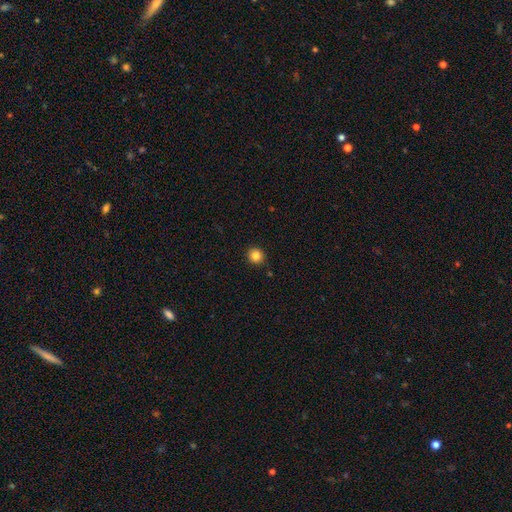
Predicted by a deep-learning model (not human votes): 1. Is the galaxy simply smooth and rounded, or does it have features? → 84% smooth, 11% star or artifact, 5% featured or disk.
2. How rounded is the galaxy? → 90% round, 9% in between, 1% cigar-shaped.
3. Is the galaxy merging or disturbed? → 90% none, 6% minor disturbance, 2% major disturbance, 1% merger.